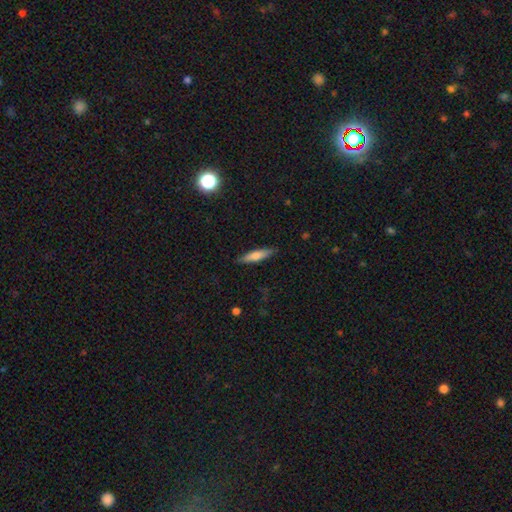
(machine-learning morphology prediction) Smooth or featured?
  - smooth: 66% *
  - featured or disk: 27%
  - star or artifact: 6%
How rounded?
  - cigar-shaped: 76% *
  - in between: 22%
  - round: 2%
Merging?
  - none: 87% *
  - minor disturbance: 10%
  - major disturbance: 2%
  - merger: 1%